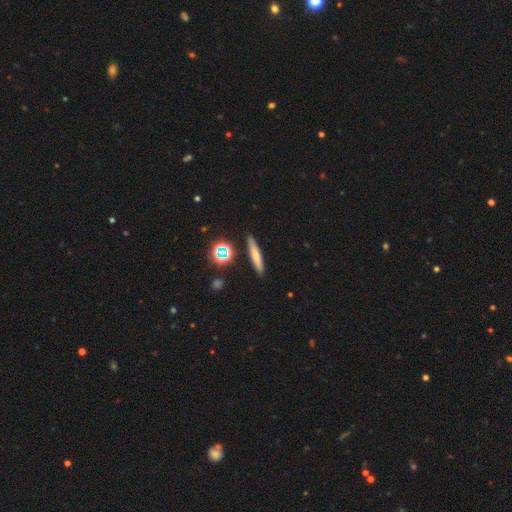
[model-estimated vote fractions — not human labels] The model was most divided on "smooth or featured": smooth: 65%, featured or disk: 22%, star or artifact: 13%. More confident: merging — none (89%); how rounded — cigar-shaped (86%).